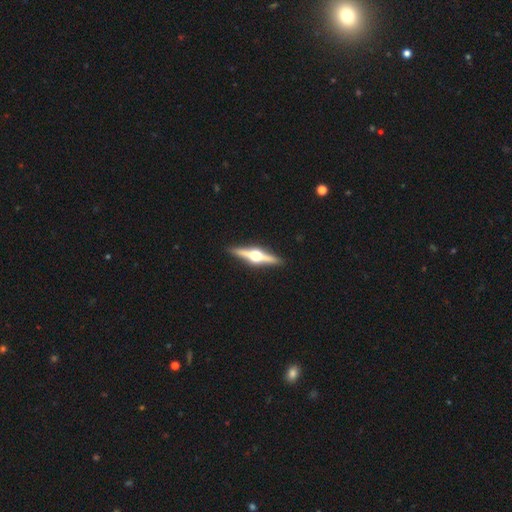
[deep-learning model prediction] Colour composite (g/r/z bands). It shows a featured or disk galaxy (83%) viewed edge-on (98%) with a rounded central bulge (97%). Merging: none (92%).